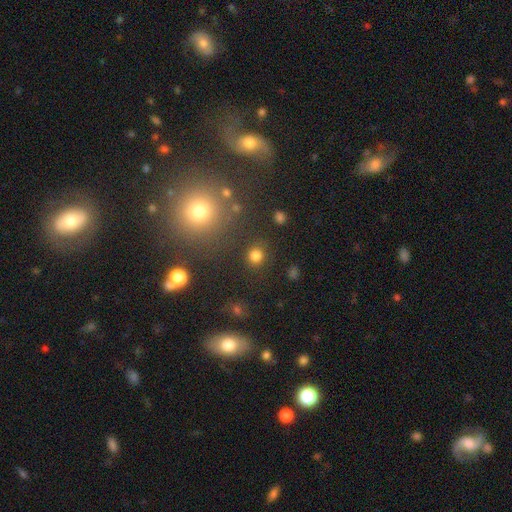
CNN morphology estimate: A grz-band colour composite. It shows a smooth galaxy with no disk features (80%) that is round (89%). Merging: none (86%).